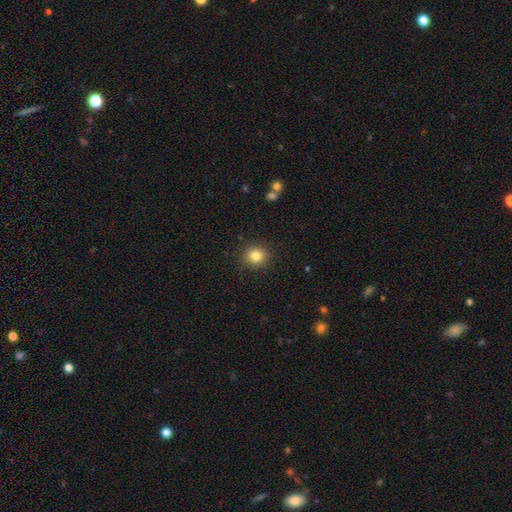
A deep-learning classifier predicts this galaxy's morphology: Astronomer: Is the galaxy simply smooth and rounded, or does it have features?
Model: smooth — 82%.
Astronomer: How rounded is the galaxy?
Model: round — 86%.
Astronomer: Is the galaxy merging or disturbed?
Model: none — 89%.